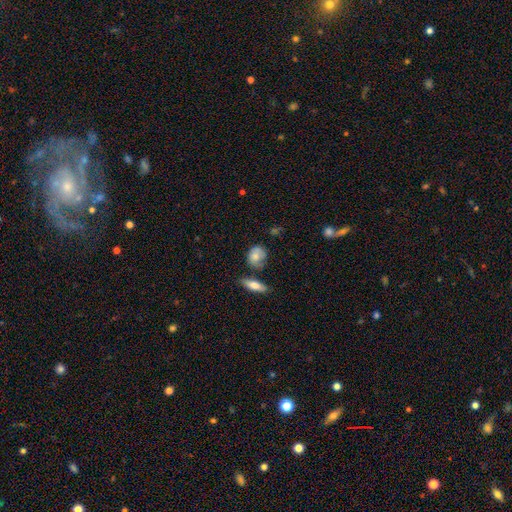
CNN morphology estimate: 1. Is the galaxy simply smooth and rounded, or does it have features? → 69% smooth, 23% featured or disk, 8% star or artifact.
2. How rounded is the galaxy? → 56% round, 40% in between, 3% cigar-shaped.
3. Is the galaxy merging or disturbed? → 55% none, 28% minor disturbance, 9% major disturbance, 8% merger.